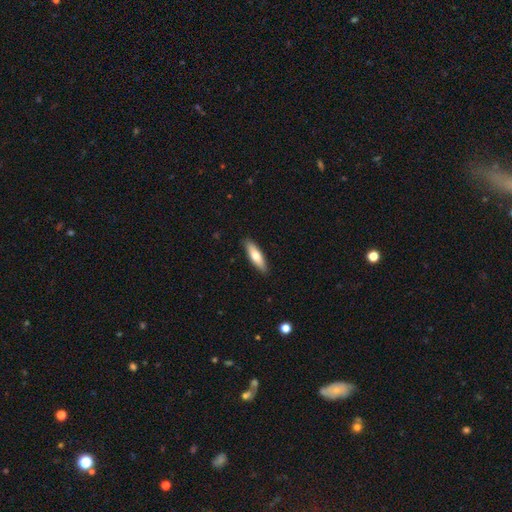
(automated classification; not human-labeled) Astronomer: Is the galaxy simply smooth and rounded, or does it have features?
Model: smooth — 68%.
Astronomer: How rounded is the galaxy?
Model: cigar-shaped — 60% (runner-up: in between, 38%).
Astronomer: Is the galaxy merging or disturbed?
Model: none — 90%.